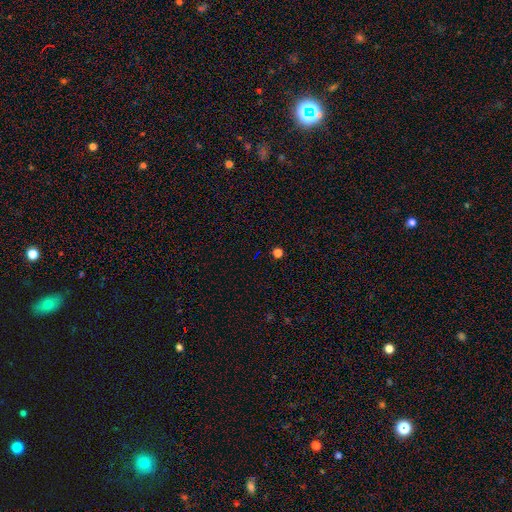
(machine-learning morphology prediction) smooth-or-featured: star or artifact: 52% | smooth: 42% | featured or disk: 6%